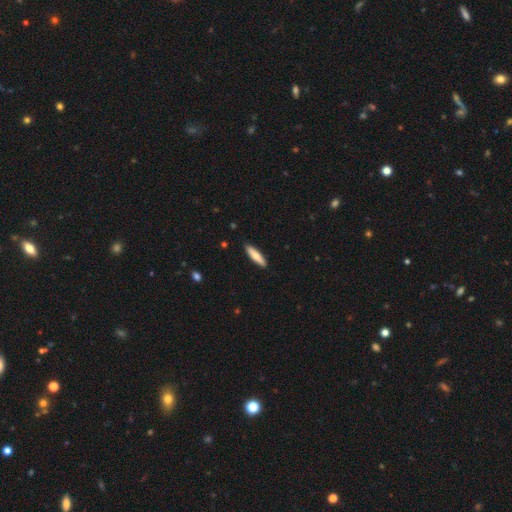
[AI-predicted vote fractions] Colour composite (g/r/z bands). It shows a smooth galaxy with no disk features (74%) that is cigar-shaped (76%). Merging: none (90%).